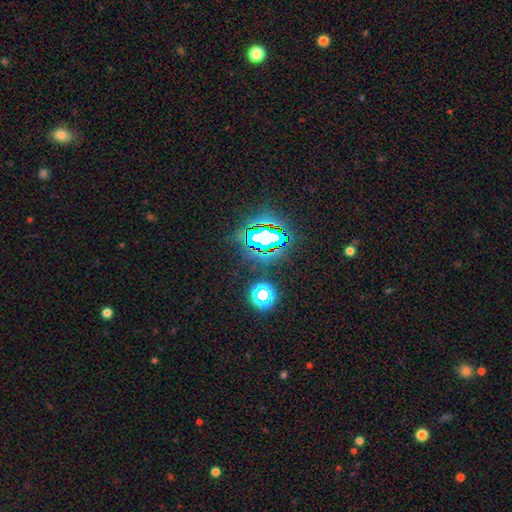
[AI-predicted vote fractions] A star or artifact, not a galaxy (82%).

Vote fractions:
- Smooth or featured? star or artifact: 82% / smooth: 11% / featured or disk: 7%